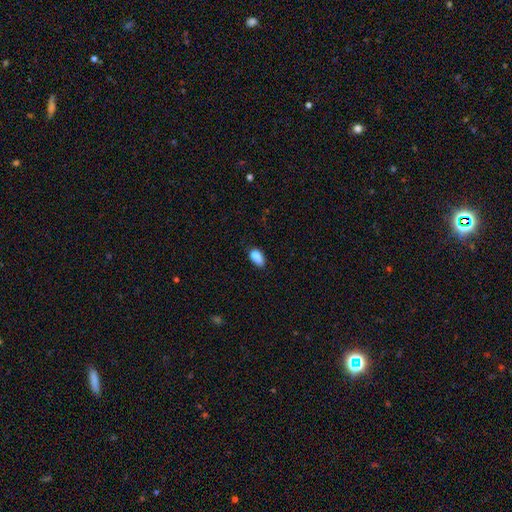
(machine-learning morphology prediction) Smooth or featured? Predicted: smooth (p=0.82). How rounded? Predicted: in between (p=0.88). Merging? Predicted: none (p=0.51).